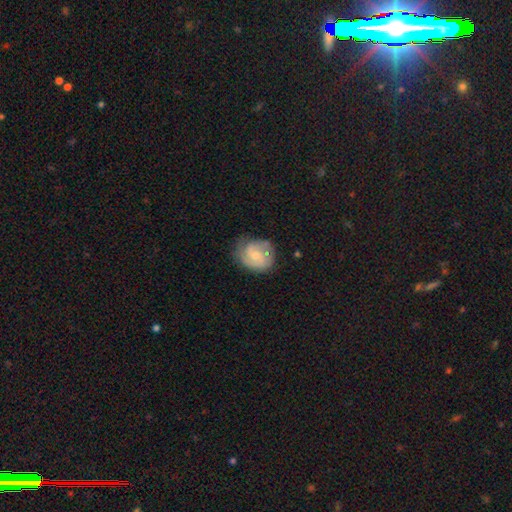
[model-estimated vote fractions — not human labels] The model was most divided on "spiral winding": tight: 51%, medium: 37%, loose: 12%. More confident: edge-on disk — no (98%); spiral arms — yes (90%); smooth or featured — featured or disk (69%); merging — none (65%); bar — no (60%); spiral arm count — 2 (56%); bulge size — small (54%).